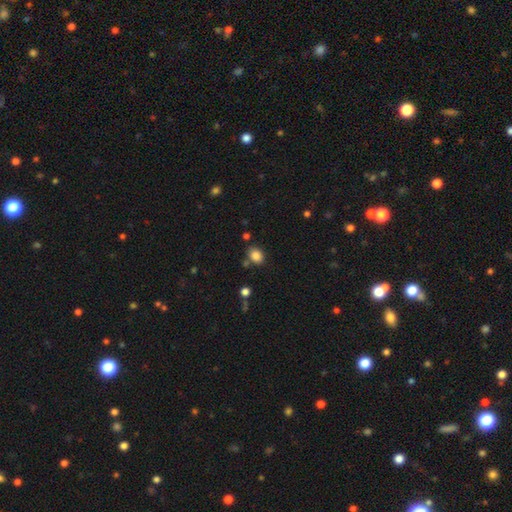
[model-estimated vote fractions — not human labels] smooth-or-featured: smooth: 85% | star or artifact: 11% | featured or disk: 5%
  how-rounded: in between: 56% | round: 43% | cigar-shaped: 1%
  merging: none: 77% | minor disturbance: 12% | merger: 7% | major disturbance: 4%